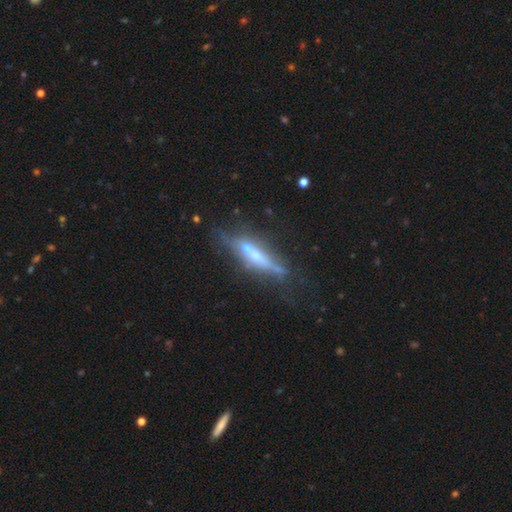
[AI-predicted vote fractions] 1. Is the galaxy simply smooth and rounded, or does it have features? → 68% featured or disk, 23% smooth, 10% star or artifact.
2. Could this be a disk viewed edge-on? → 76% yes, 24% no.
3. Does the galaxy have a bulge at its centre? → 70% rounded, 20% none, 10% boxy.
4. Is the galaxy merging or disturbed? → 49% none, 20% merger, 20% minor disturbance, 11% major disturbance.